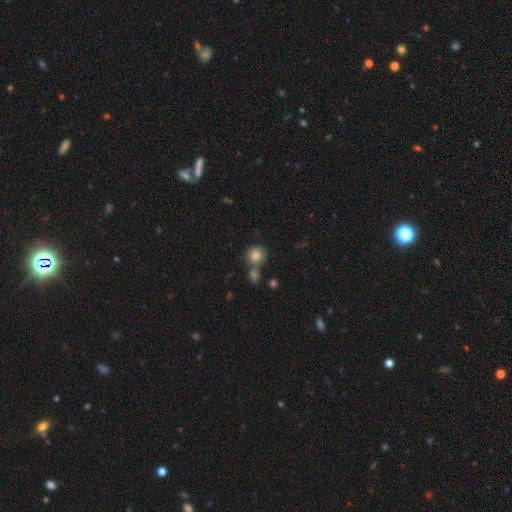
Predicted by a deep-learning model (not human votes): Smooth or featured? Predicted: smooth (p=0.83). How rounded? Predicted: round (p=0.85). Merging? Predicted: none (p=0.55).